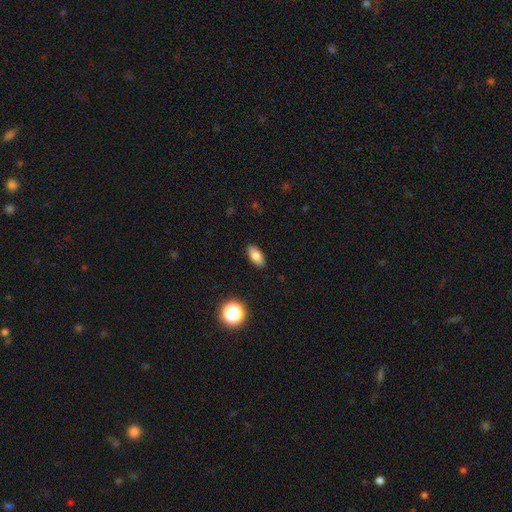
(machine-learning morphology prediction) This is likely a smooth galaxy (79%). How rounded: clearly in between (85%). Merging: clearly none (90%).